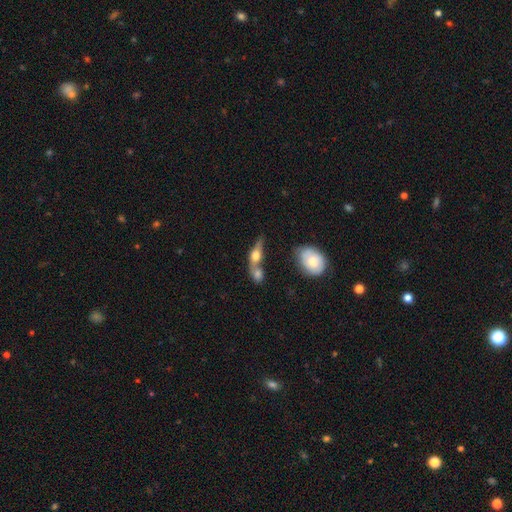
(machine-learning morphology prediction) smooth 49%, featured or disk 42%, star or artifact 9%. Down the decision tree: merging — merger (54%).